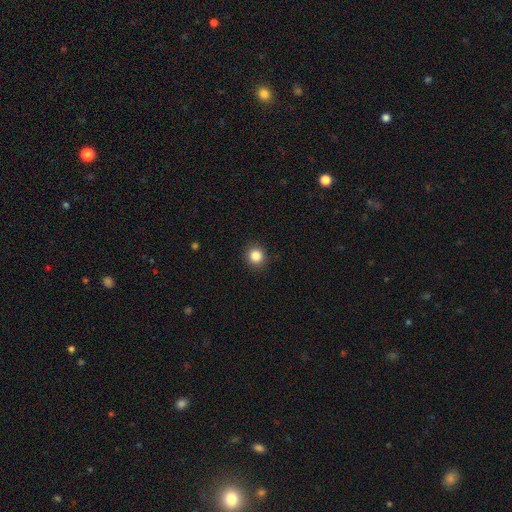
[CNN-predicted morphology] Smooth or featured? smooth (85%)
How rounded? round (94%)
Merging? none (92%)